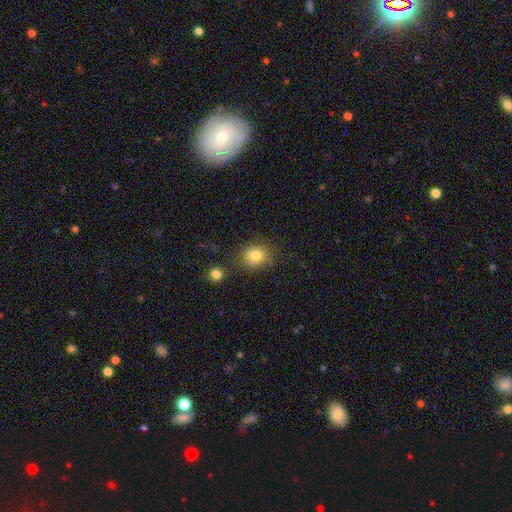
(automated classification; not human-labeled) A smooth galaxy with no disk features (80%) that is round (75%).

Vote fractions:
- Smooth or featured? smooth: 80% / star or artifact: 11% / featured or disk: 9%
- How rounded? round: 75% / in between: 24% / cigar-shaped: 1%
- Merging? none: 76% / minor disturbance: 14% / merger: 5% / major disturbance: 5%